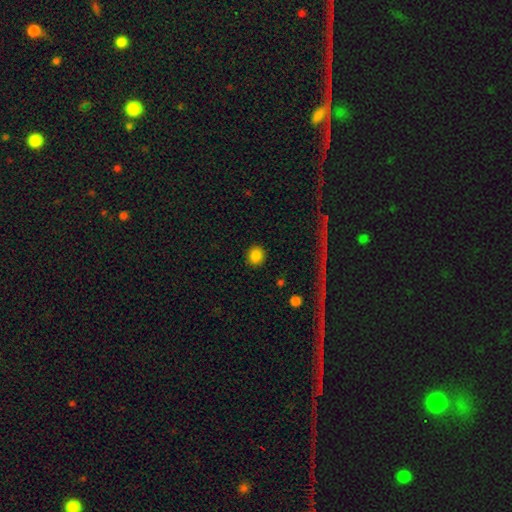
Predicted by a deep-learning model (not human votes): Q: Smooth or featured?
A: smooth (85%); runner-up: star or artifact (11%)
Q: How rounded?
A: round (87%); runner-up: in between (12%)
Q: Merging?
A: none (90%); runner-up: minor disturbance (6%)